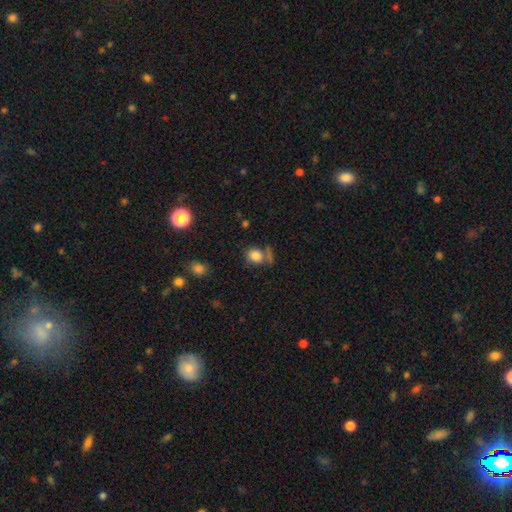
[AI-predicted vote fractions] Overall: smooth (82%). How rounded: round (55%; in between 44%). Merging: none (56%; merger 18%).